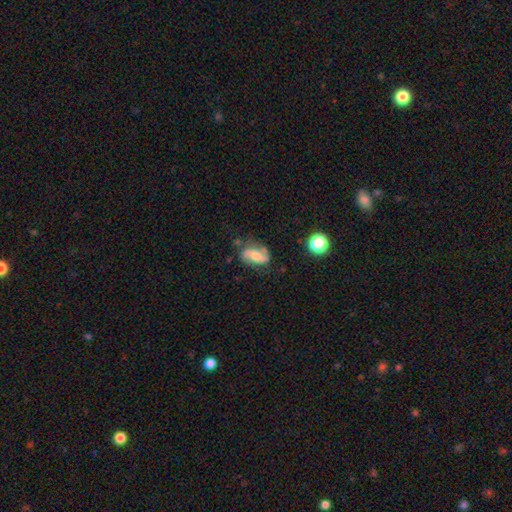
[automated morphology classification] This appears to be a featured or disk galaxy (59%) with no bar (49%), spiral arms (88%) and a moderate central bulge (48%). Merging: none (64%).